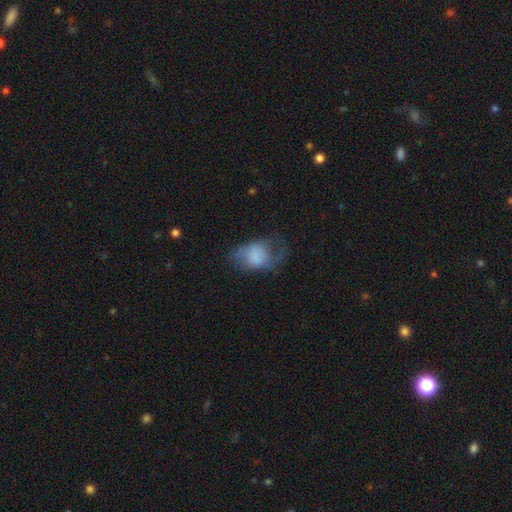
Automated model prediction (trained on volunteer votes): This appears to be a smooth galaxy with no disk features (65%) that is in between round and cigar-shaped (76%). Merging: major disturbance (40%).